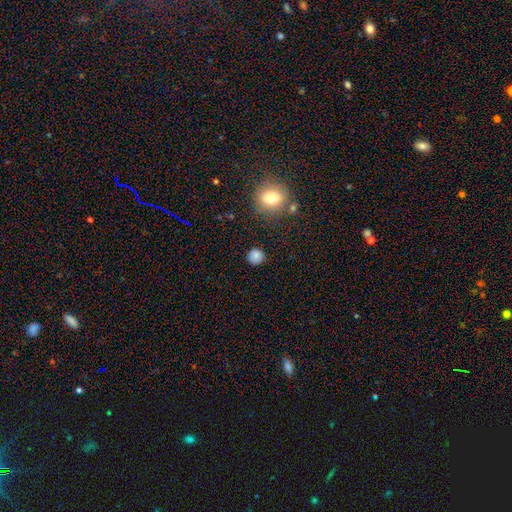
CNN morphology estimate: This is clearly a smooth galaxy (84%). How rounded: clearly round (89%). Merging: clearly none (85%).